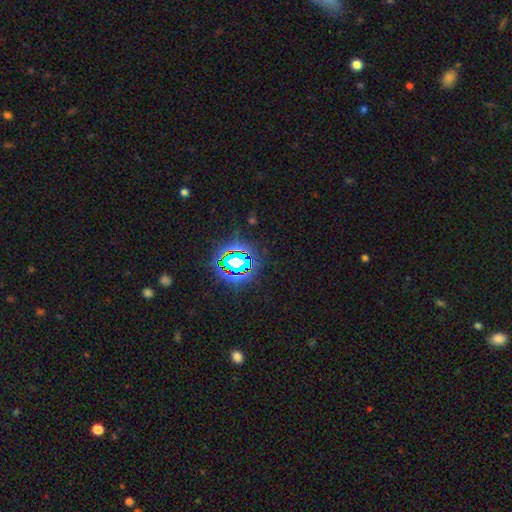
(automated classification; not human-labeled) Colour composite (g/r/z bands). It shows a star or artifact, not a galaxy (82%).